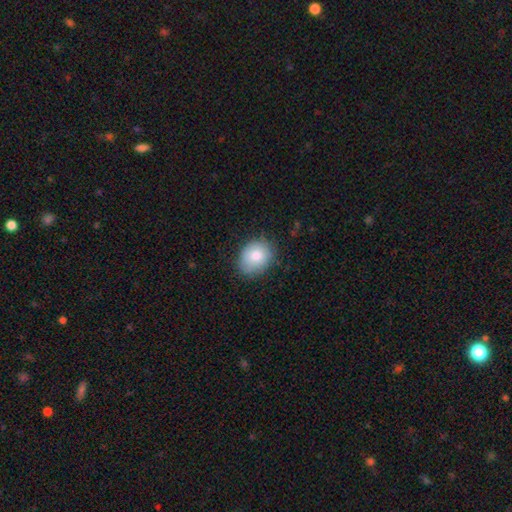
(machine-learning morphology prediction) Smooth or featured? smooth (81%)
How rounded? round (50%)
Merging? none (75%)